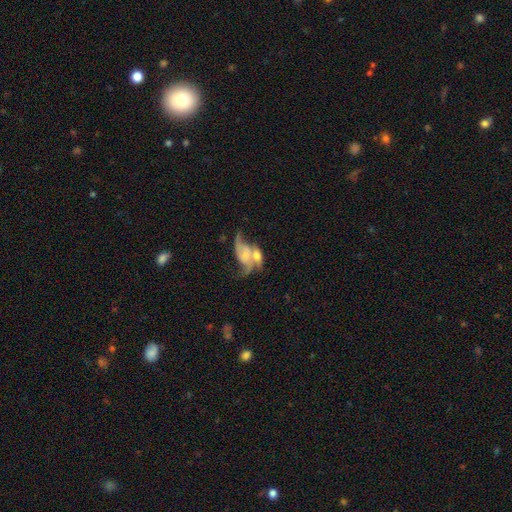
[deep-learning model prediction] A featured or disk galaxy (69%) with no bar (61%), 2 (77%) loose (65%) spiral arms (82%) and a small central bulge (42%). Merging: merger (58%).